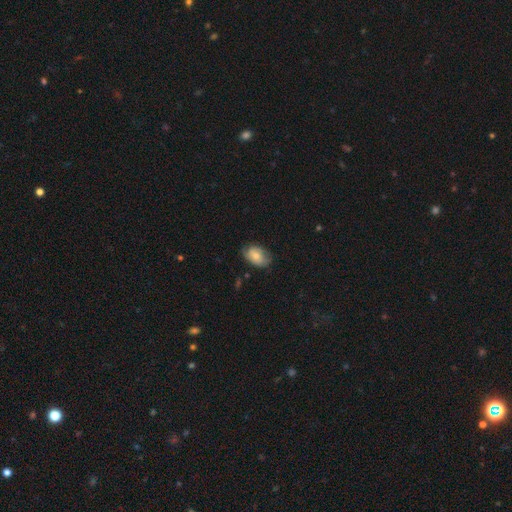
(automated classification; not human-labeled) smooth 67%, featured or disk 25%, star or artifact 7%. Down the decision tree: how rounded — in between (84%); merging — none (64%).